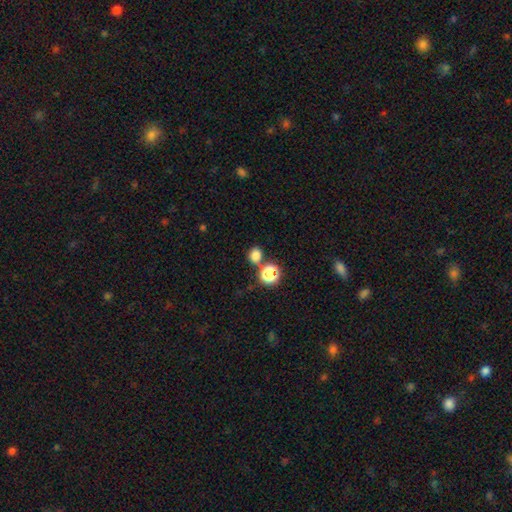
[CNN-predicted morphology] smooth-or-featured: smooth: 78% | star or artifact: 17% | featured or disk: 5%
  how-rounded: round: 68% | in between: 31% | cigar-shaped: 1%
  merging: none: 67% | merger: 20% | minor disturbance: 10% | major disturbance: 4%